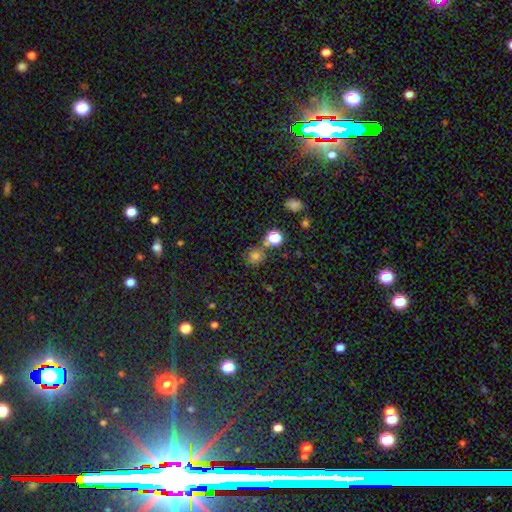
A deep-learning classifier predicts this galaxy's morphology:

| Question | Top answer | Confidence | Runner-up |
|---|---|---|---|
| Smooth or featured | smooth | 68% | star or artifact (24%) |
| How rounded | round | 85% | in between (14%) |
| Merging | none | 68% | merger (16%) |